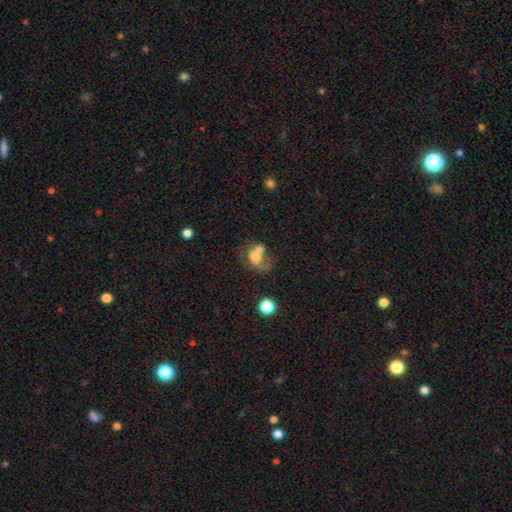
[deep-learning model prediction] smooth-or-featured: smooth: 59% | featured or disk: 29% | star or artifact: 12%
  how-rounded: in between: 50% | round: 49% | cigar-shaped: 1%
  merging: merger: 51% | none: 21% | major disturbance: 16% | minor disturbance: 12%